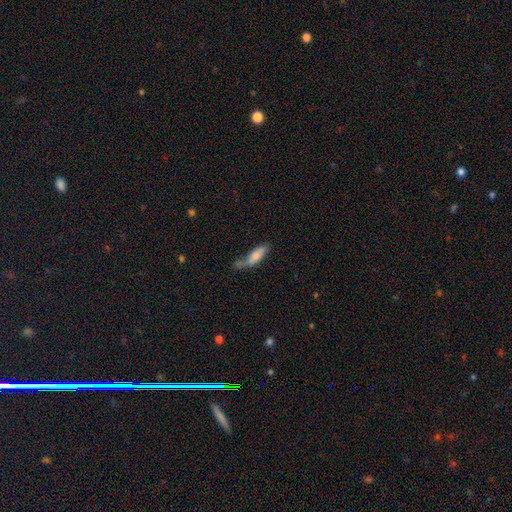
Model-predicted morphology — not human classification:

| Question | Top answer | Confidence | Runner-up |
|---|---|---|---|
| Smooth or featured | smooth | 70% | featured or disk (23%) |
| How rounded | in between | 54% | cigar-shaped (44%) |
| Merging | none | 35% | minor disturbance (27%) |